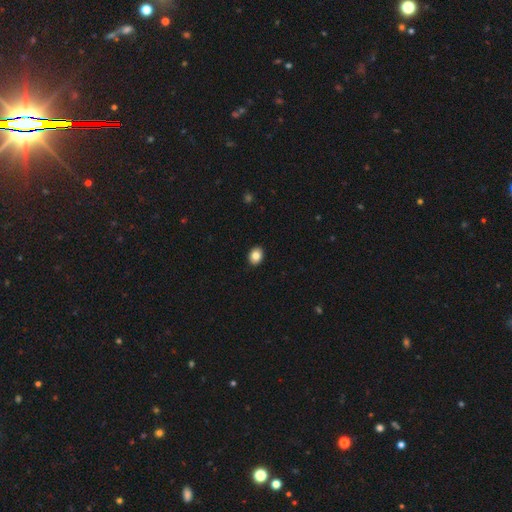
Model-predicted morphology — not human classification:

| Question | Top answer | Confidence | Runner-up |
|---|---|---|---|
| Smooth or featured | smooth | 84% | star or artifact (9%) |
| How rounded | in between | 61% | round (38%) |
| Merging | none | 91% | minor disturbance (6%) |